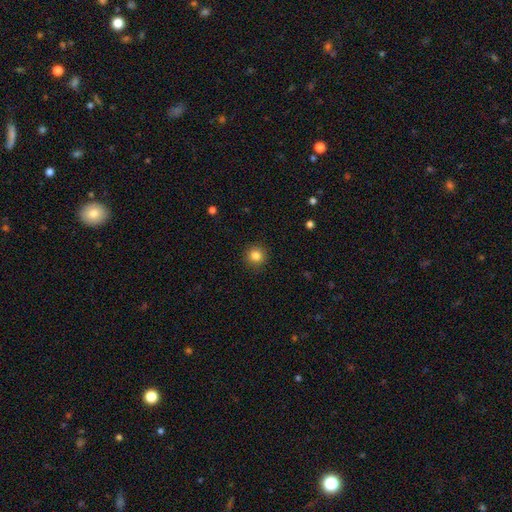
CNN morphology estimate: Smooth or featured?
  - smooth: 84% *
  - star or artifact: 11%
  - featured or disk: 5%
How rounded?
  - round: 94% *
  - in between: 5%
  - cigar-shaped: 1%
Merging?
  - none: 92% *
  - minor disturbance: 5%
  - major disturbance: 2%
  - merger: 1%